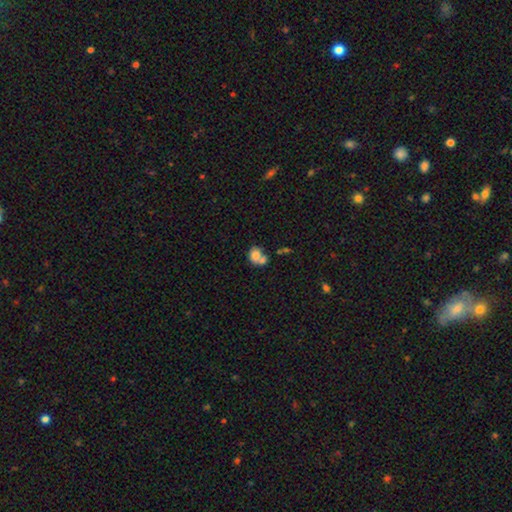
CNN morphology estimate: Overall: smooth (74%). How rounded: round (58%; in between 41%). Merging: merger (58%; none 27%).